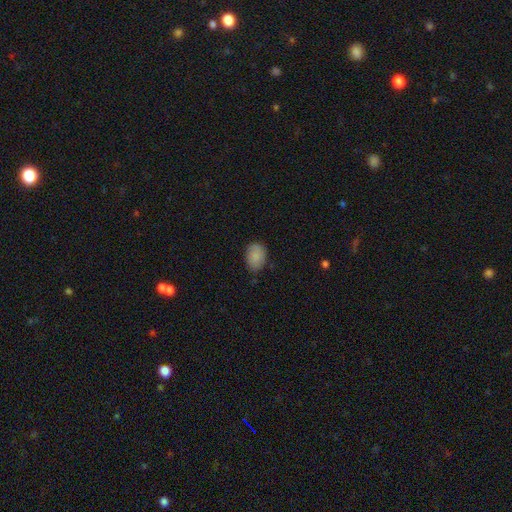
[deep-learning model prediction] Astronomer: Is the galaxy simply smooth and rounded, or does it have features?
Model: smooth — 86%.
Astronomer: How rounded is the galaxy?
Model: in between — 74%.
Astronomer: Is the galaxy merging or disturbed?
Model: none — 76%.